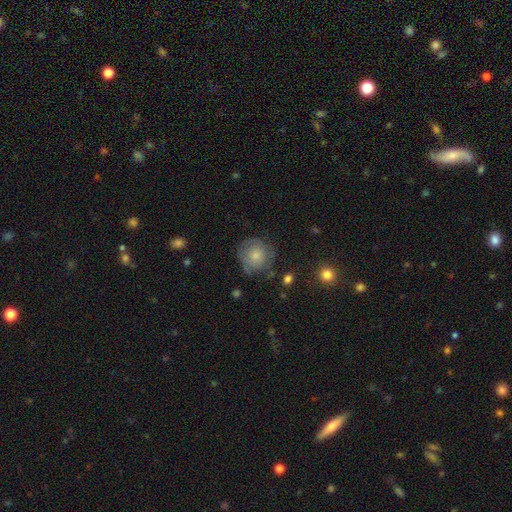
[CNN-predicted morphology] smooth-or-featured: smooth: 71% | featured or disk: 21% | star or artifact: 8%
  how-rounded: round: 90% | in between: 9% | cigar-shaped: 1%
  merging: none: 62% | minor disturbance: 24% | major disturbance: 11% | merger: 2%